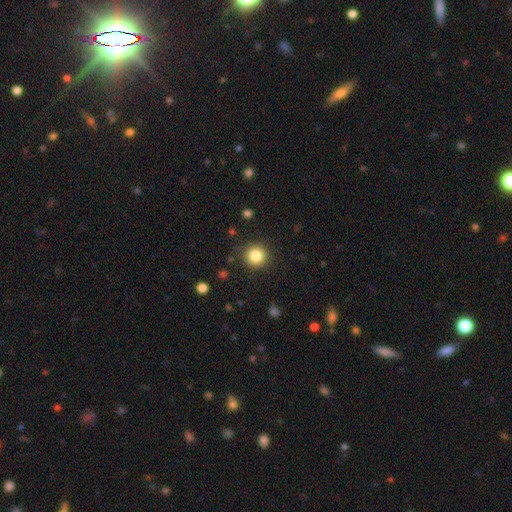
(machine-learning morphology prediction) This appears to be a smooth galaxy with no disk features (85%) that is round (93%). Merging: none (89%).